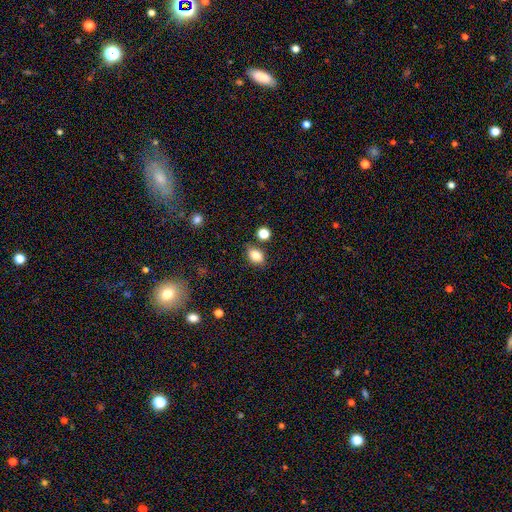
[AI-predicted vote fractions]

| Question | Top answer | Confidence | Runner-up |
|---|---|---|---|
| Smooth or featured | smooth | 82% | star or artifact (10%) |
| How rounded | in between | 78% | round (20%) |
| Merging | none | 77% | minor disturbance (13%) |